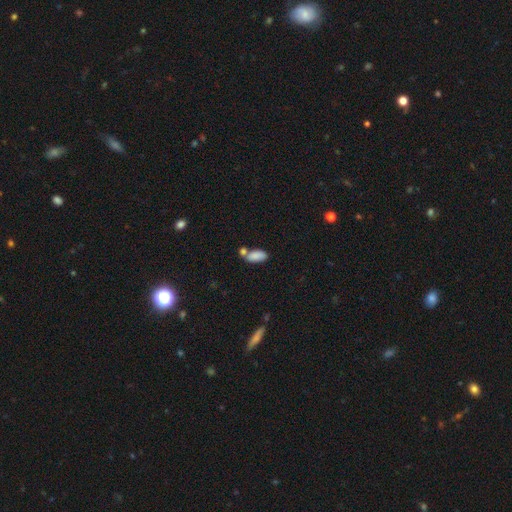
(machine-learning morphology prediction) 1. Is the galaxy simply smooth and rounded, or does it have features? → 86% smooth, 8% star or artifact, 7% featured or disk.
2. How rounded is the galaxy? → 90% in between, 7% cigar-shaped, 3% round.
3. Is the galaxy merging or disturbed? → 49% none, 34% merger, 13% minor disturbance, 4% major disturbance.